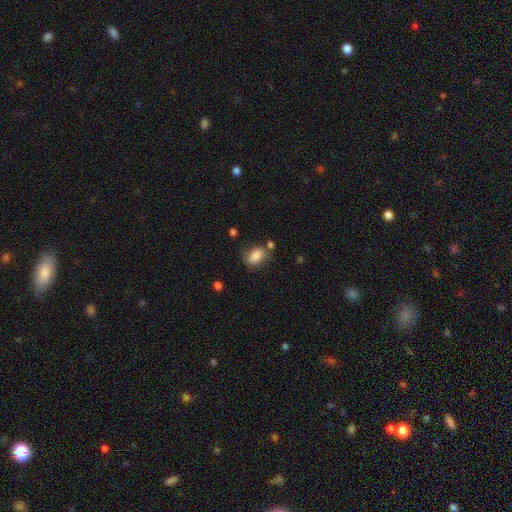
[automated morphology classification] Q: Smooth or featured?
A: smooth (84%); runner-up: star or artifact (9%)
Q: How rounded?
A: in between (76%); runner-up: round (22%)
Q: Merging?
A: none (61%); runner-up: minor disturbance (22%)